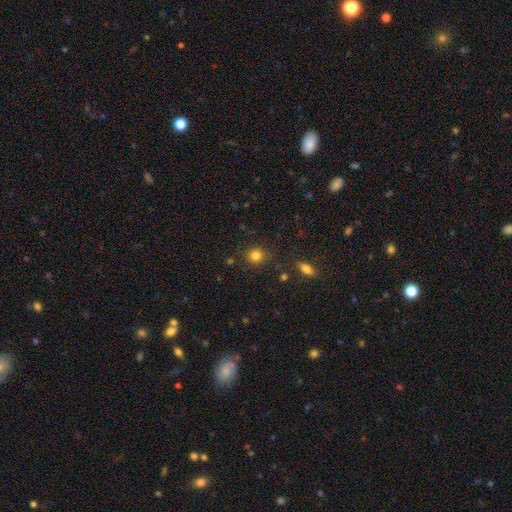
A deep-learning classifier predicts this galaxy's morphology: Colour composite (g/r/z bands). It shows a smooth galaxy with no disk features (83%) that is round (86%). Merging: none (86%).